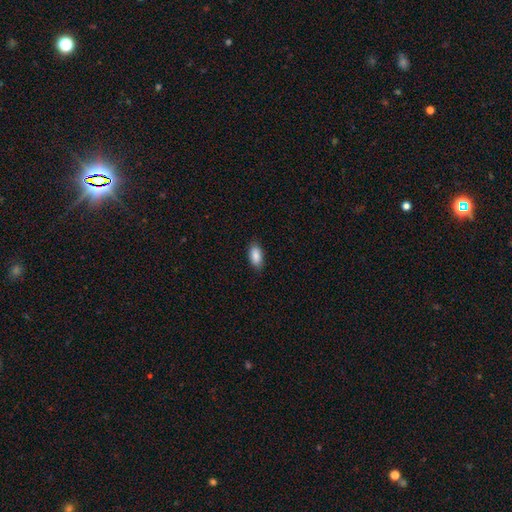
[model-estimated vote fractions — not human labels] The model was most divided on "merging": none: 85%, minor disturbance: 12%, major disturbance: 2%, merger: 1%. More confident: how rounded — in between (90%); smooth or featured — smooth (88%).